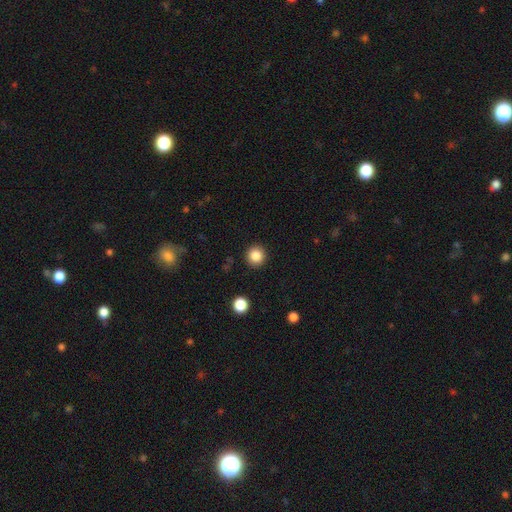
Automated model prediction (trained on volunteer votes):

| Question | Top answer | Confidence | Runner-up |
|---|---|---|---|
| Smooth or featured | smooth | 85% | star or artifact (11%) |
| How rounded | round | 94% | in between (5%) |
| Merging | none | 92% | minor disturbance (5%) |